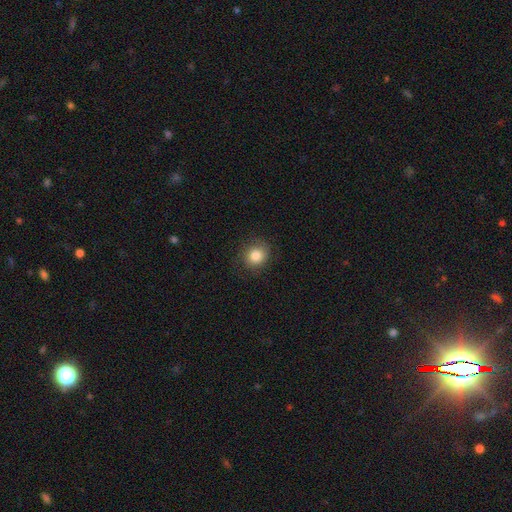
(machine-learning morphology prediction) Smooth or featured: smooth — 84% (star or artifact — 10%)
How rounded: round — 80% (in between — 19%)
Merging: none — 83% (minor disturbance — 12%)